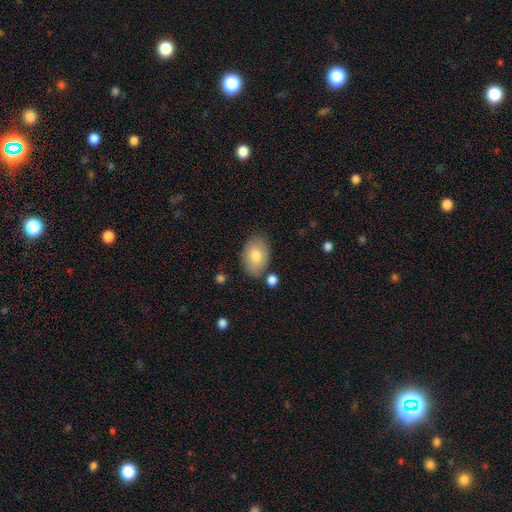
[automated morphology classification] smooth-or-featured: smooth: 79% | featured or disk: 15% | star or artifact: 7%
  how-rounded: in between: 86% | round: 13% | cigar-shaped: 1%
  merging: none: 78% | minor disturbance: 14% | merger: 5% | major disturbance: 3%